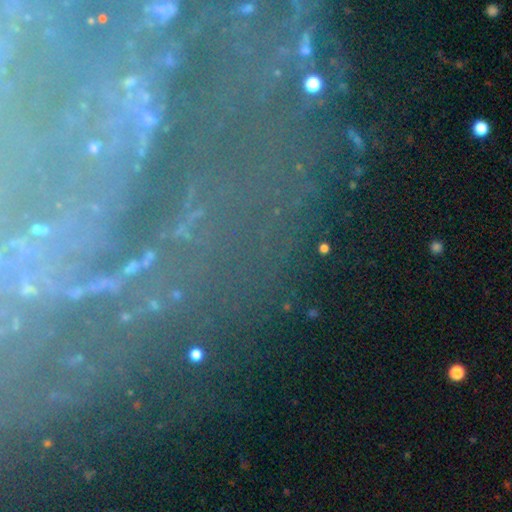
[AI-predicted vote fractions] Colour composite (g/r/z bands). It shows a featured or disk galaxy (54%). Merging: none (73%).